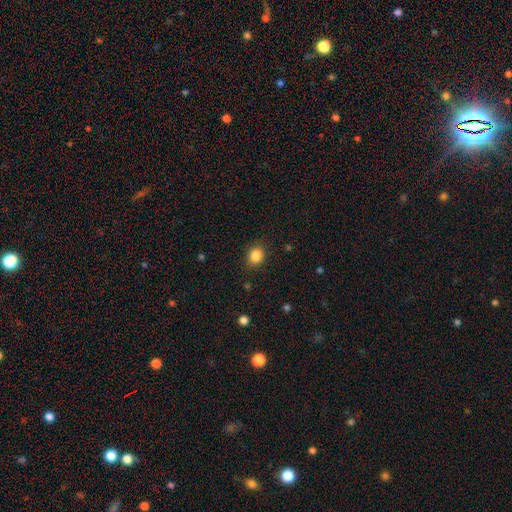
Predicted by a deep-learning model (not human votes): Smooth or featured?
  - smooth: 86% *
  - star or artifact: 10%
  - featured or disk: 4%
How rounded?
  - round: 63% *
  - in between: 36%
  - cigar-shaped: 1%
Merging?
  - none: 86% *
  - minor disturbance: 10%
  - major disturbance: 3%
  - merger: 1%